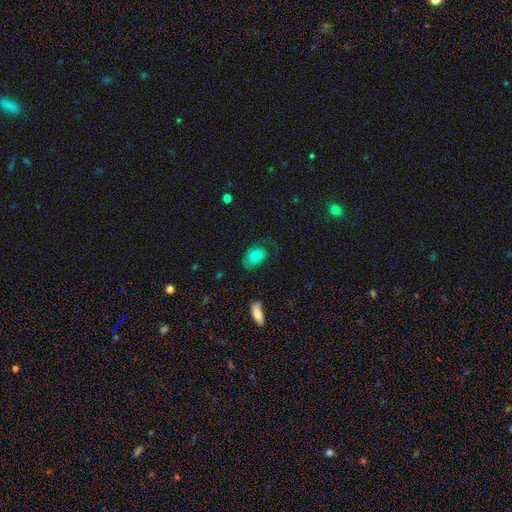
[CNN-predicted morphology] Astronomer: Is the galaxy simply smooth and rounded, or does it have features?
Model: smooth — 76%.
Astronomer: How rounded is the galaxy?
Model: in between — 82%.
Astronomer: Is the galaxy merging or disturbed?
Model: none — 48% (runner-up: minor disturbance, 29%).